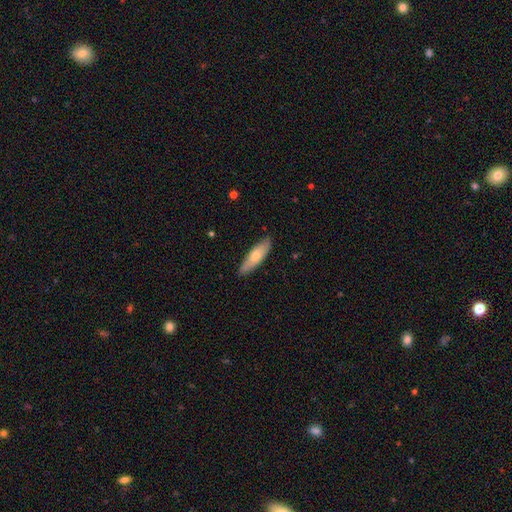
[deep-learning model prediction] This appears to be a smooth galaxy with no disk features (64%) that is cigar-shaped (54%). Merging: none (86%).